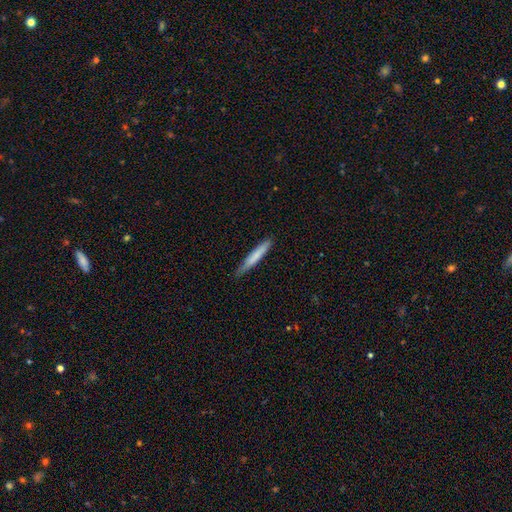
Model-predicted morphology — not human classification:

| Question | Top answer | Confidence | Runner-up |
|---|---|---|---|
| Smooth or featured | smooth | 74% | featured or disk (20%) |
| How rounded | cigar-shaped | 94% | in between (5%) |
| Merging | none | 81% | minor disturbance (15%) |